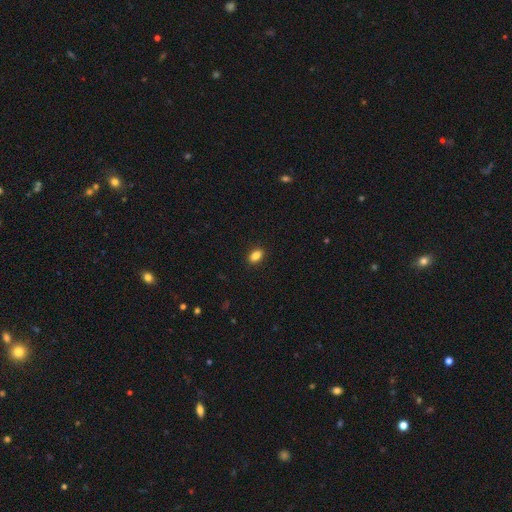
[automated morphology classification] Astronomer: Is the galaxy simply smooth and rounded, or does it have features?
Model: smooth — 86%.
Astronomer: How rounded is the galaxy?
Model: in between — 86%.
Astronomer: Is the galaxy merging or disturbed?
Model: none — 90%.